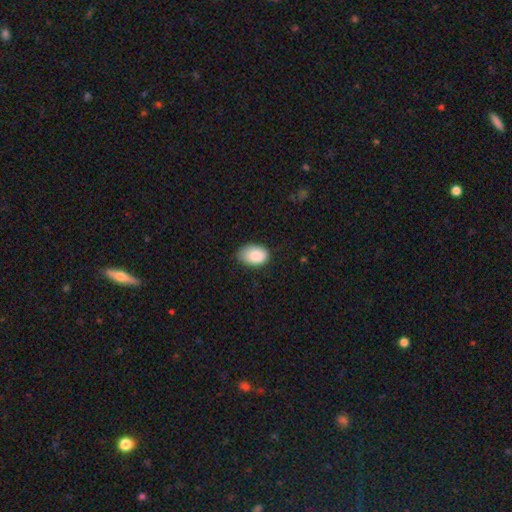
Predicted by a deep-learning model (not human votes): A smooth galaxy with no disk features (86%) that is in between round and cigar-shaped (86%).

Vote fractions:
- Smooth or featured? smooth: 86% / star or artifact: 7% / featured or disk: 6%
- How rounded? in between: 86% / round: 13% / cigar-shaped: 1%
- Merging? none: 66% / minor disturbance: 29% / major disturbance: 4% / merger: 1%